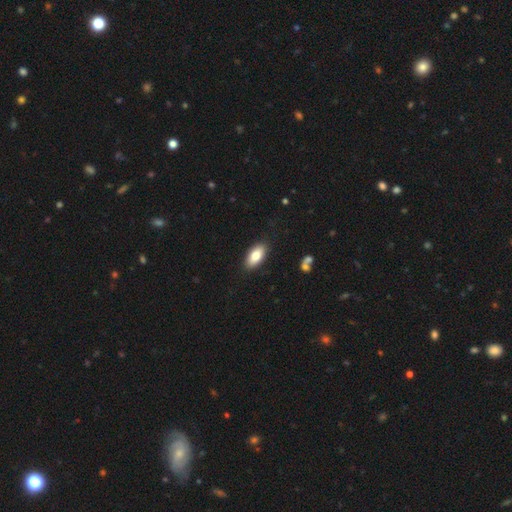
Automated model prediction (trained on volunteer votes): Smooth or featured? smooth (80%)
How rounded? in between (90%)
Merging? none (88%)